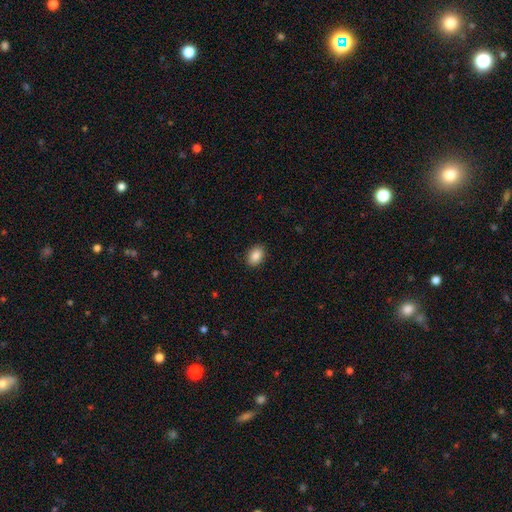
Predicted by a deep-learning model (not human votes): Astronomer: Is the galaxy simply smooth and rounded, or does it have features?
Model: smooth — 87%.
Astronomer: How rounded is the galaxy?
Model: in between — 78%.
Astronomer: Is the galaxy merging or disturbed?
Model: none — 90%.